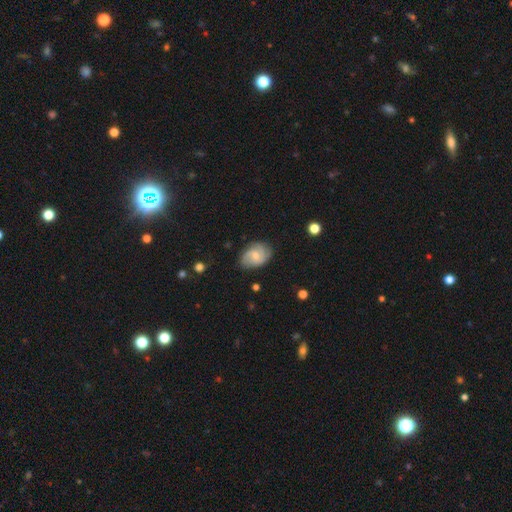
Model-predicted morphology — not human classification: smooth-or-featured: featured or disk: 55% | smooth: 38% | star or artifact: 7%
  disk-edge-on: no: 97% | yes: 3%
    bar: no: 59% | weak: 36% | strong: 5%
    has-spiral-arms: yes: 89% | no: 11%
    bulge-size: small: 50% | moderate: 43% | none: 4% | large: 2% | dominant: 1%
  merging: none: 74% | minor disturbance: 20% | major disturbance: 5% | merger: 1%